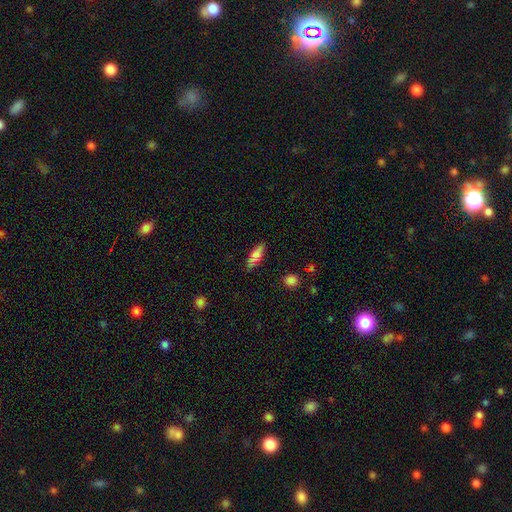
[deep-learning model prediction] Morphology: type=smooth (68%); roundness=in between (64%); merging=none (82%).